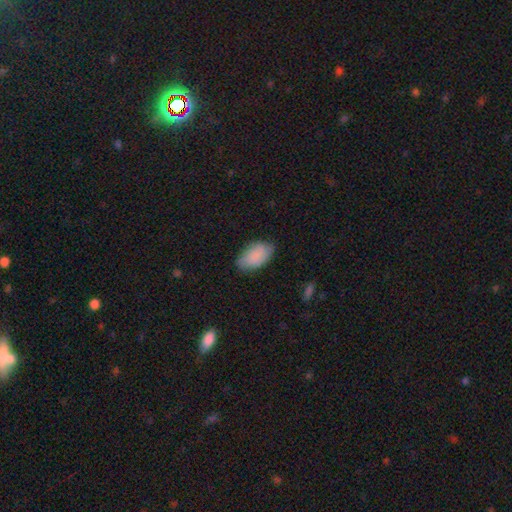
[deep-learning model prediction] Morphology: type=smooth (86%); roundness=in between (94%); merging=none (76%).